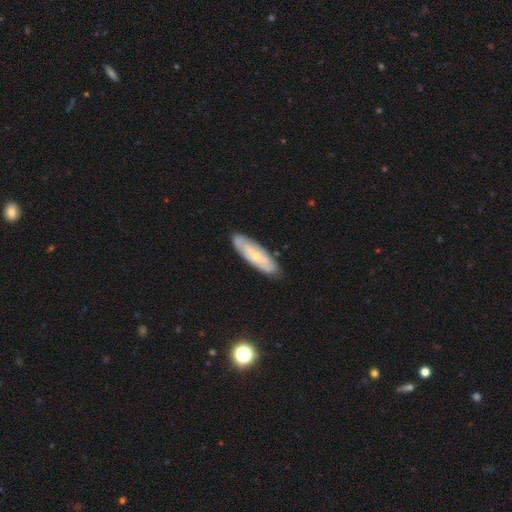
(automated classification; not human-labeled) This is possibly a featured or disk galaxy (50%). Merging: clearly none (84%).